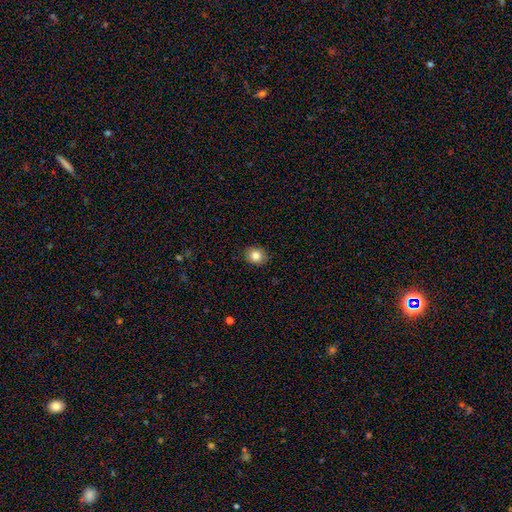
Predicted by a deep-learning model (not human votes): smooth_or_featured: smooth (p=0.84) [alt: star or artifact p=0.10]
how_rounded: round (p=0.73) [alt: in between p=0.26]
merging: none (p=0.88) [alt: minor disturbance p=0.09]